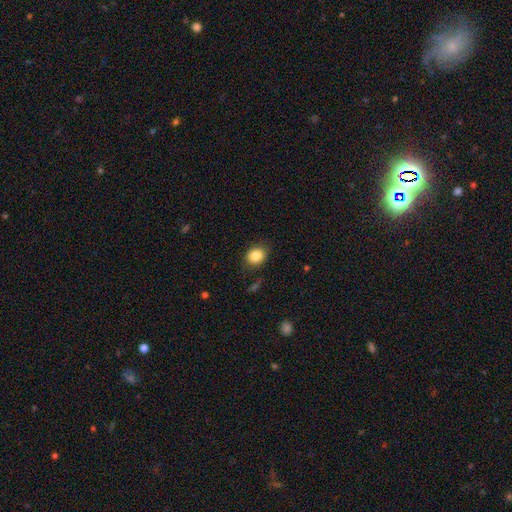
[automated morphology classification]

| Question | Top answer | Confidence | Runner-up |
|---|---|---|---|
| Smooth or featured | smooth | 85% | star or artifact (9%) |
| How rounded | round | 58% | in between (41%) |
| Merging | none | 82% | minor disturbance (13%) |